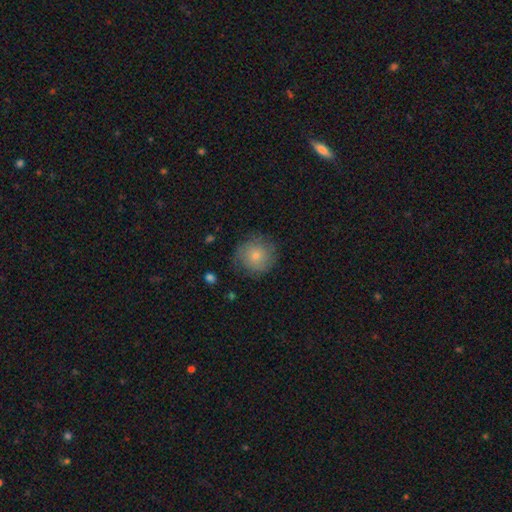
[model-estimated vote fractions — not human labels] Smooth or featured? Predicted: smooth (p=0.70). How rounded? Predicted: round (p=0.91). Merging? Predicted: none (p=0.75).